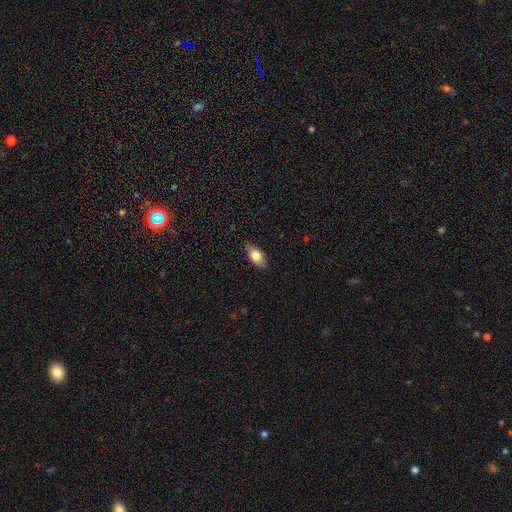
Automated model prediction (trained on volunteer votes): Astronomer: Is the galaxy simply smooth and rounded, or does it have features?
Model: smooth — 77%.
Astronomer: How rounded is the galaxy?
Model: in between — 89%.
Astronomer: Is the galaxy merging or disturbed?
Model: none — 82%.